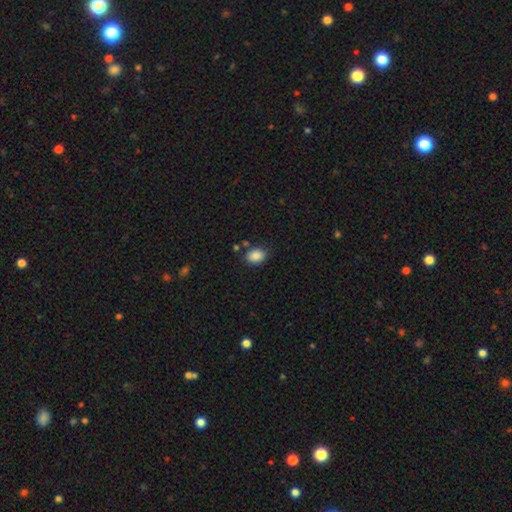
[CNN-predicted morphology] This is clearly a smooth galaxy (87%). How rounded: likely in between (64%). Merging: likely none (78%).